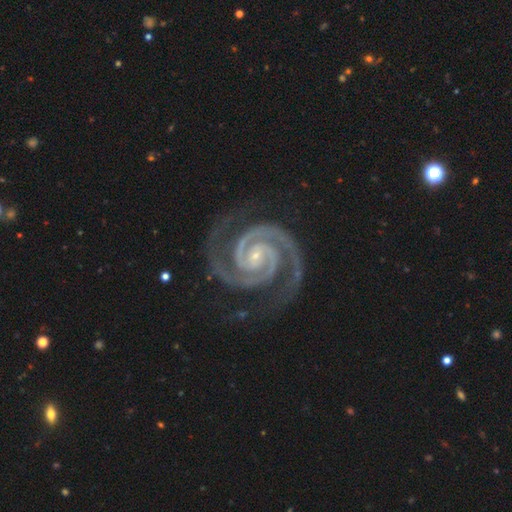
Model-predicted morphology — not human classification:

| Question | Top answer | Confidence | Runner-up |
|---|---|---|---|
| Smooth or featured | featured or disk | 95% | star or artifact (3%) |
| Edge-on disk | no | 98% | yes (2%) |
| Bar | no | 53% | weak (29%) |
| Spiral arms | yes | 99% | no (1%) |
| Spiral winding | tight | 76% | medium (22%) |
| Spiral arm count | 2 | 93% | 3 (3%) |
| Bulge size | small | 83% | moderate (12%) |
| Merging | none | 81% | minor disturbance (13%) |